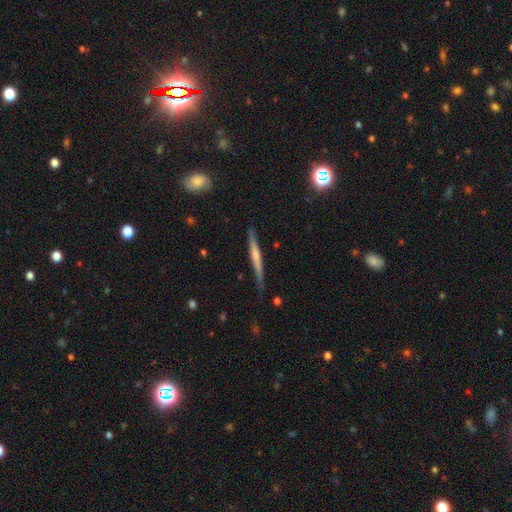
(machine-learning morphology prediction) This appears to be a featured or disk galaxy (52%) viewed edge-on (96%). Merging: none (77%).